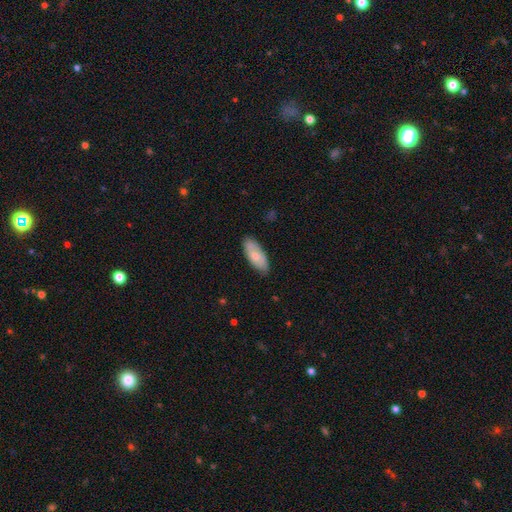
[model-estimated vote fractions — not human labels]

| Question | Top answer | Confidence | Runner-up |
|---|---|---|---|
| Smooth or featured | smooth | 66% | featured or disk (28%) |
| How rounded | in between | 83% | cigar-shaped (15%) |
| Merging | none | 81% | minor disturbance (15%) |